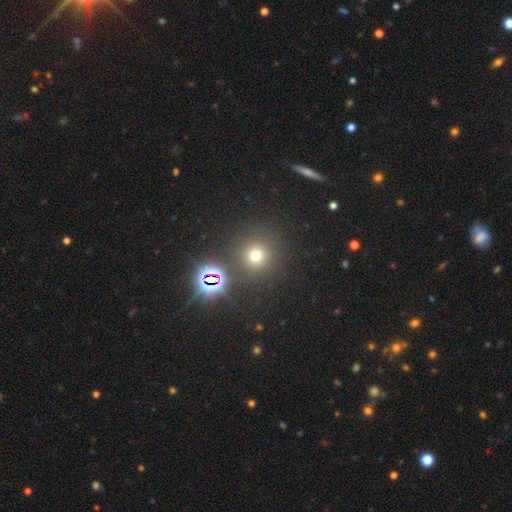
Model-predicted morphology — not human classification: Smooth or featured: smooth — 64% (star or artifact — 28%)
How rounded: round — 93% (in between — 6%)
Merging: none — 86% (minor disturbance — 7%)